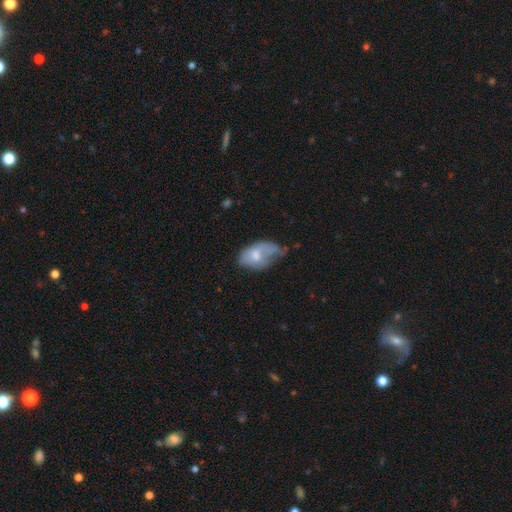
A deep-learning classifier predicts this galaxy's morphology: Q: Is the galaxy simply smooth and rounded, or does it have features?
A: smooth — 59%.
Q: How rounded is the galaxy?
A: in between — 89%.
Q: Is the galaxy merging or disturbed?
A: minor disturbance — 41%.